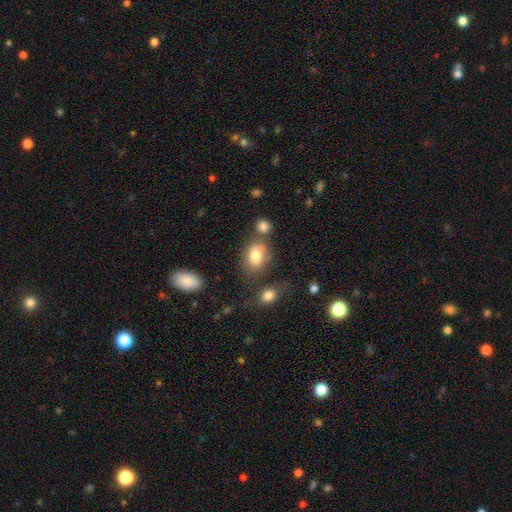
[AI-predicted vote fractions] Smooth or featured? smooth (80%)
How rounded? in between (68%)
Merging? none (56%)